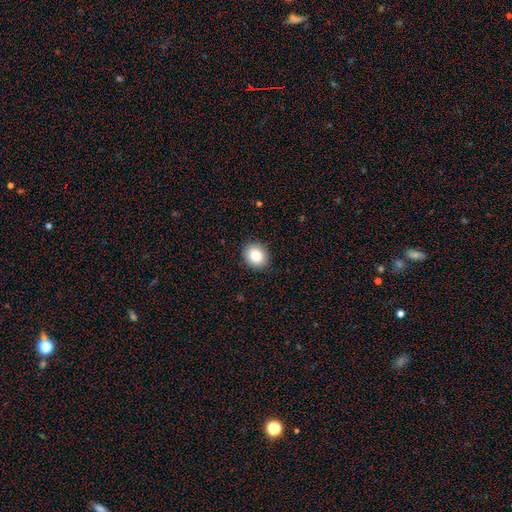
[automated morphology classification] This appears to be a smooth galaxy with no disk features (85%) that is round (70%). Merging: none (90%).